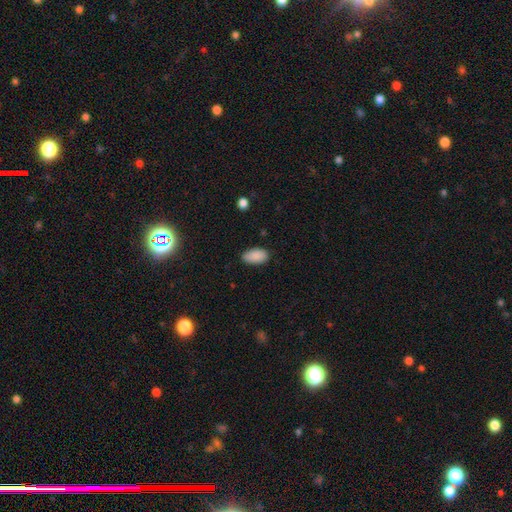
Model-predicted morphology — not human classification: Smooth or featured? smooth (89%)
How rounded? in between (95%)
Merging? none (82%)